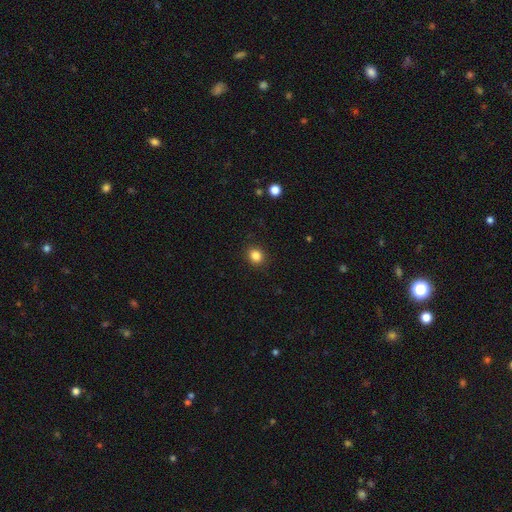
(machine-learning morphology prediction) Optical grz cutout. It shows a smooth galaxy with no disk features (84%) that is round (74%). Merging: none (90%).